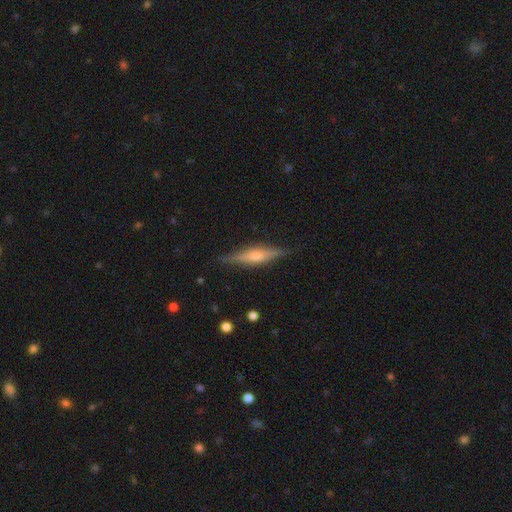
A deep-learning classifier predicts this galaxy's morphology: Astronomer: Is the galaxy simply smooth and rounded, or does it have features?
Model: featured or disk — 71%.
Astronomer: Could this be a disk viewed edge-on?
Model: yes — 97%.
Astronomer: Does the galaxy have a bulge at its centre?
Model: rounded — 79%.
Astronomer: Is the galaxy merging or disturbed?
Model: none — 88%.